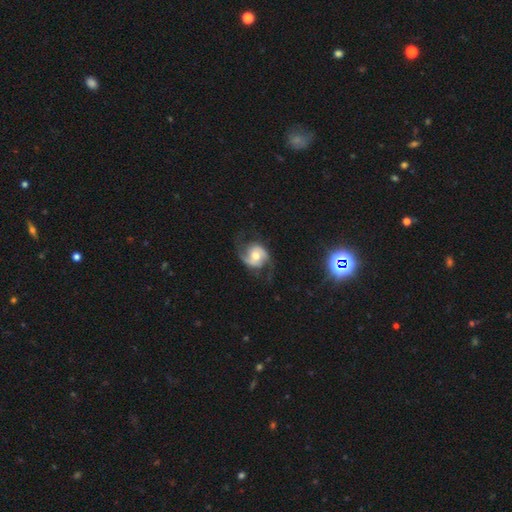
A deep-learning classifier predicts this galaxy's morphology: A featured or disk galaxy (78%) with no bar (59%), 2 (89%) medium (44%) spiral arms (93%) and a moderate central bulge (69%).

Vote fractions:
- Smooth or featured? featured or disk: 78% / smooth: 15% / star or artifact: 6%
- Edge-on disk? no: 97% / yes: 3%
- Bar? no: 59% / weak: 31% / strong: 10%
- Spiral arms? yes: 93% / no: 7%
- Spiral winding? medium: 44% / loose: 40% / tight: 16%
- Spiral arm count? 2: 89% / can't tell: 4% / 1: 3% / 3: 1% / 4: 1% / more than 4: 1%
- Bulge size? moderate: 69% / small: 16% / large: 12% / dominant: 1% / none: 1%
- Merging? none: 67% / minor disturbance: 18% / major disturbance: 14% / merger: 1%